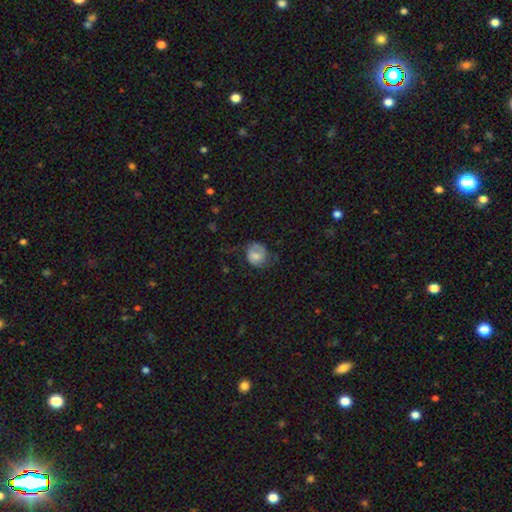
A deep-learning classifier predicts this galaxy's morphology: Smooth or featured: smooth — 57% (featured or disk — 36%)
How rounded: round — 63% (in between — 36%)
Merging: none — 54% (minor disturbance — 27%)